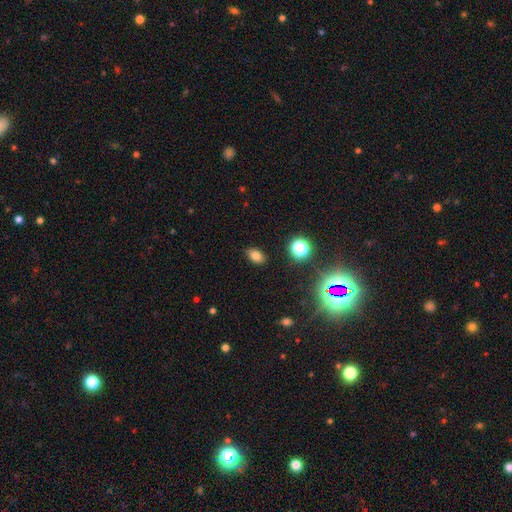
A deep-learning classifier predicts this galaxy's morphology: Smooth or featured? smooth (77%)
How rounded? in between (83%)
Merging? none (87%)